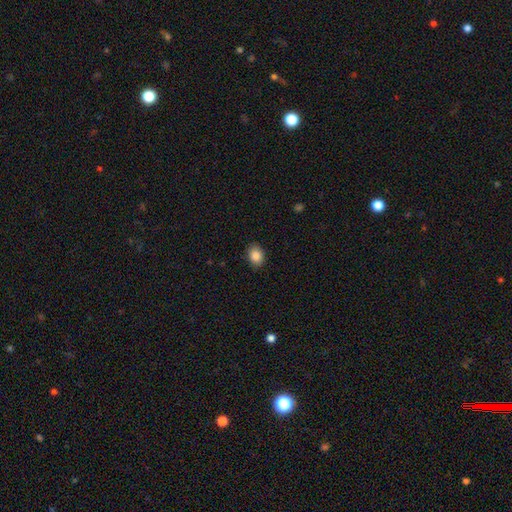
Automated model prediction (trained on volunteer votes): This is clearly a smooth galaxy (86%). How rounded: likely in between (65%). Merging: clearly none (89%).